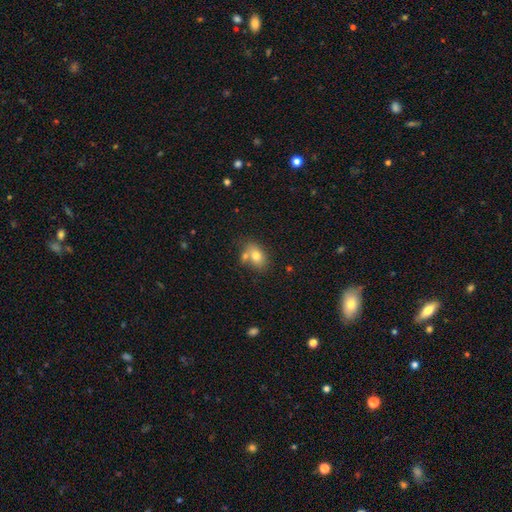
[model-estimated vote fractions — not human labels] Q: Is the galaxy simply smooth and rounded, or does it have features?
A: smooth — 75%.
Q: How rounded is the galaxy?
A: in between — 77%.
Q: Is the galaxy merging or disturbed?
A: none — 50%.